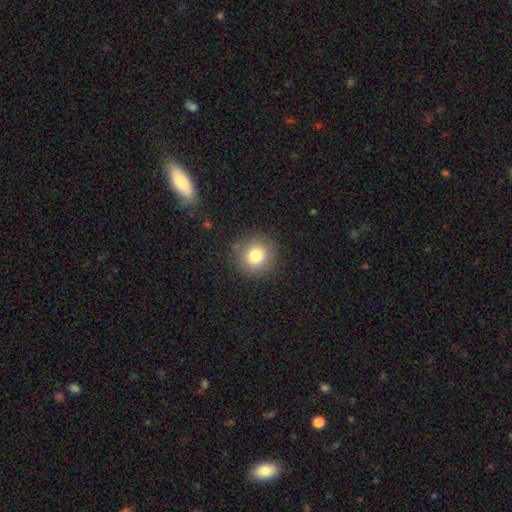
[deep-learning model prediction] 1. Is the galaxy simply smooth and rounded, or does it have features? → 78% smooth, 11% star or artifact, 10% featured or disk.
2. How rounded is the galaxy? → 93% round, 6% in between, 1% cigar-shaped.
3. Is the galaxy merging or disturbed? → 88% none, 8% minor disturbance, 3% major disturbance, 2% merger.